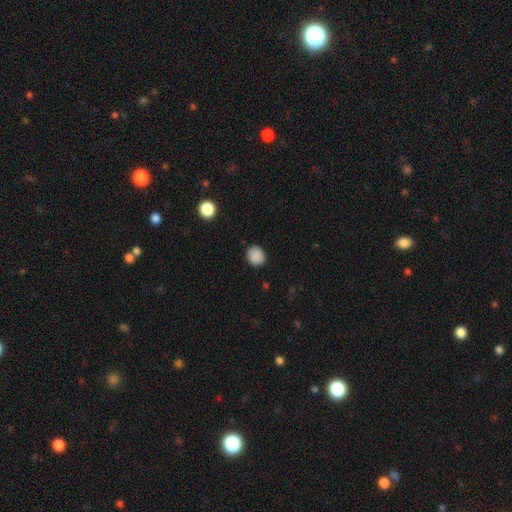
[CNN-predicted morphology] smooth-or-featured: smooth: 88% | star or artifact: 9% | featured or disk: 3%
  how-rounded: round: 76% | in between: 23% | cigar-shaped: 1%
  merging: none: 88% | minor disturbance: 9% | major disturbance: 2% | merger: 1%